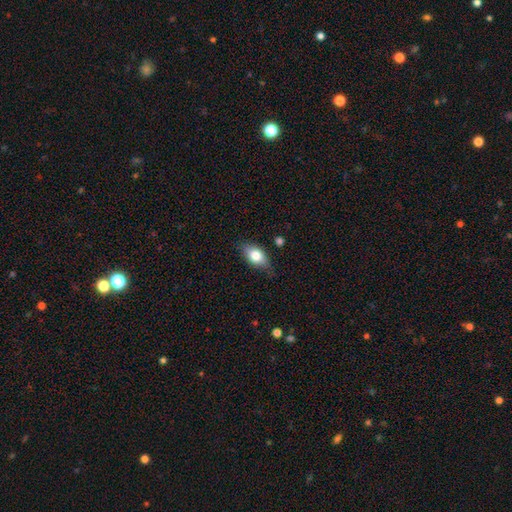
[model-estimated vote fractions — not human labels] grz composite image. It shows a smooth galaxy with no disk features (76%) that is in between round and cigar-shaped (86%). Merging: none (75%).